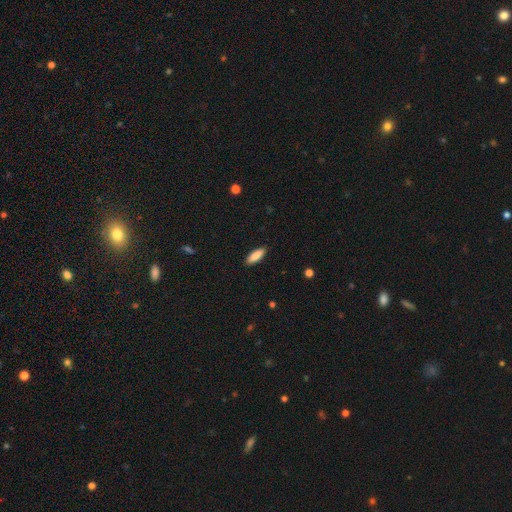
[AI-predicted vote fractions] smooth_or_featured: smooth (p=0.87) [alt: featured or disk p=0.07]
how_rounded: in between (p=0.64) [alt: cigar-shaped p=0.34]
merging: none (p=0.90) [alt: minor disturbance p=0.08]